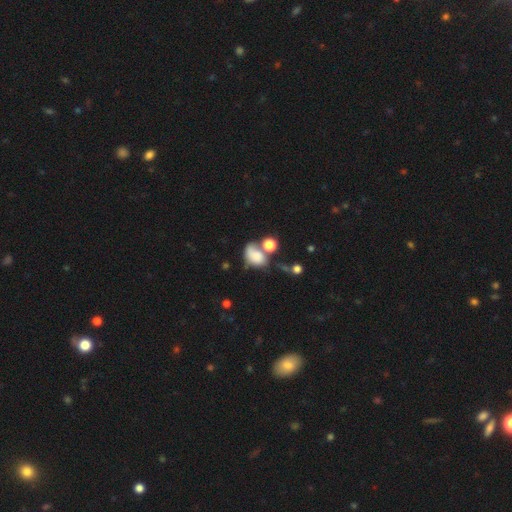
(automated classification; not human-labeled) smooth_or_featured: smooth (p=0.72) [alt: featured or disk p=0.17]
how_rounded: in between (p=0.73) [alt: round p=0.25]
merging: merger (p=0.40) [alt: none p=0.24]